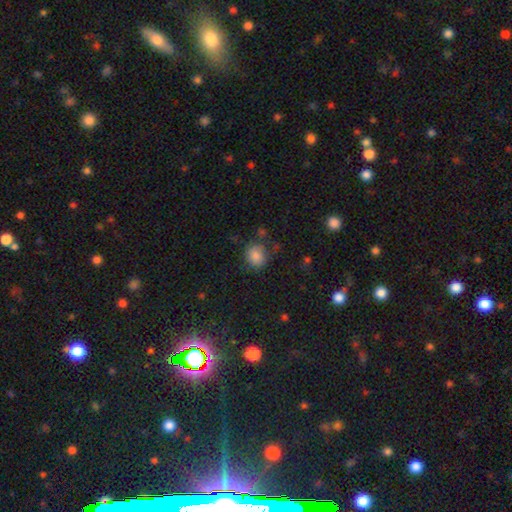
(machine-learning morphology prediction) Smooth or featured? smooth (83%)
How rounded? round (73%)
Merging? none (72%)